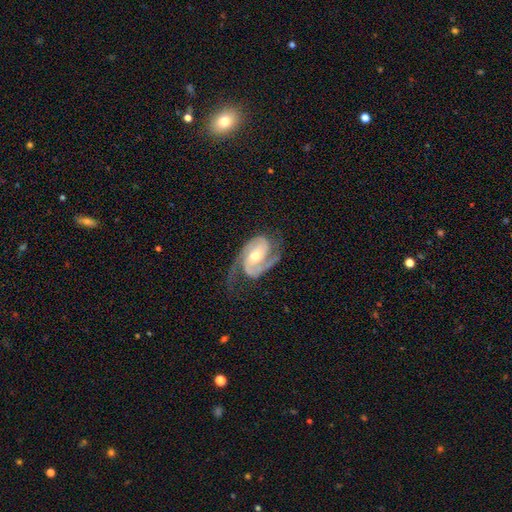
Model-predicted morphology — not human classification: This appears to be a featured or disk galaxy (91%) with a weak bar (40%), 2 (89%) medium (51%) spiral arms (98%) and a moderate central bulge (61%). Merging: none (64%).